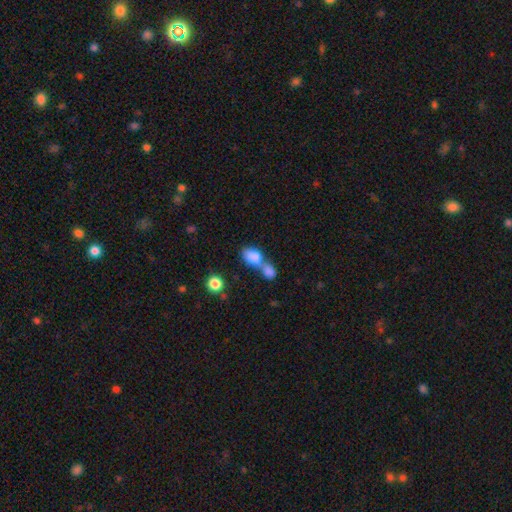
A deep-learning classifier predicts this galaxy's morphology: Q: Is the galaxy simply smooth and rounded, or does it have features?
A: smooth — 82%.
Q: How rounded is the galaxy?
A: in between — 81%.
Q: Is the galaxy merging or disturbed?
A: merger — 71%.